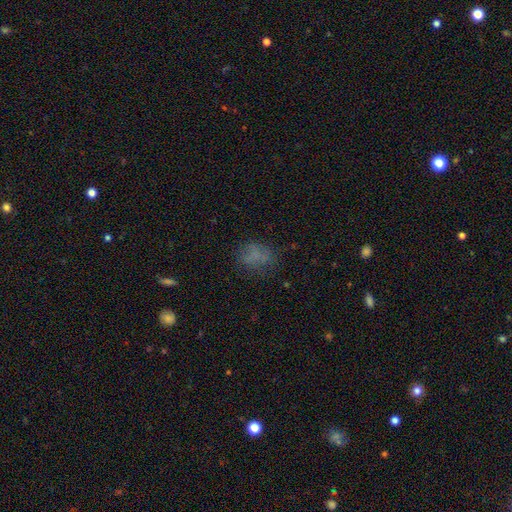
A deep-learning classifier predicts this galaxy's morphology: A smooth galaxy with no disk features (61%) that is in between round and cigar-shaped (65%). Merging: none (60%).